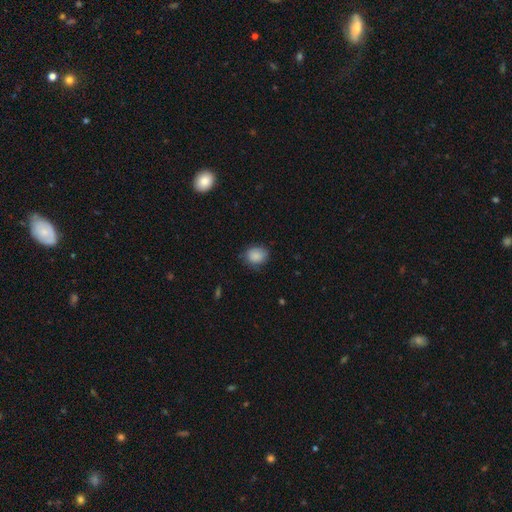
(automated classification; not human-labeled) Q: Smooth or featured?
A: smooth (86%); runner-up: star or artifact (8%)
Q: How rounded?
A: round (64%); runner-up: in between (35%)
Q: Merging?
A: none (75%); runner-up: minor disturbance (20%)